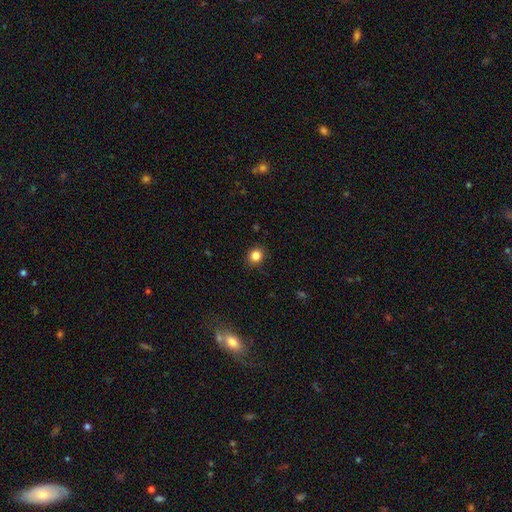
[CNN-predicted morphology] Smooth or featured? smooth (84%)
How rounded? round (82%)
Merging? none (89%)